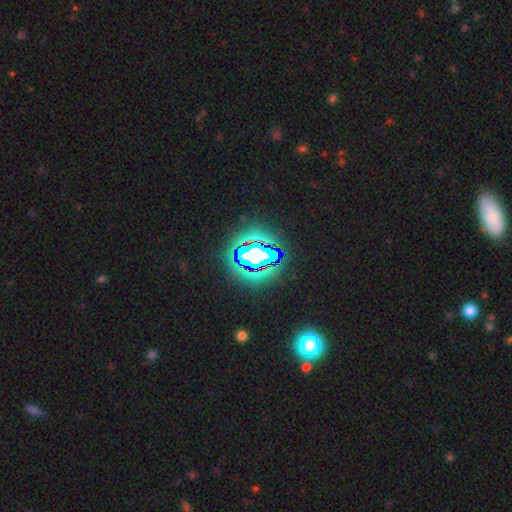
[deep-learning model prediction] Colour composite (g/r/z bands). It shows a star or artifact, not a galaxy (72%).